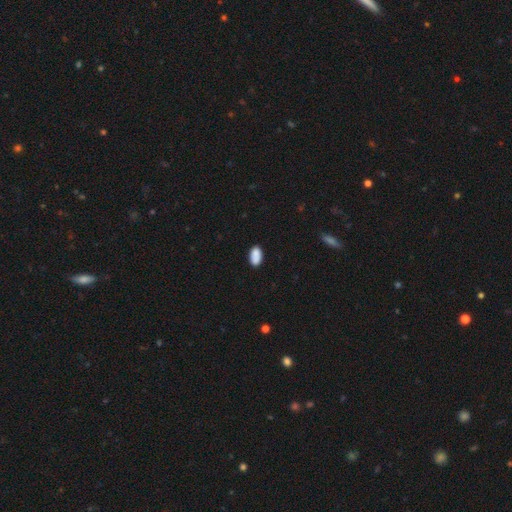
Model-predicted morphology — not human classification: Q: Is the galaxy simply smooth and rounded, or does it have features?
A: smooth — 87%.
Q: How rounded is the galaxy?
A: in between — 94%.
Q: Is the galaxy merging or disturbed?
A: none — 82%.